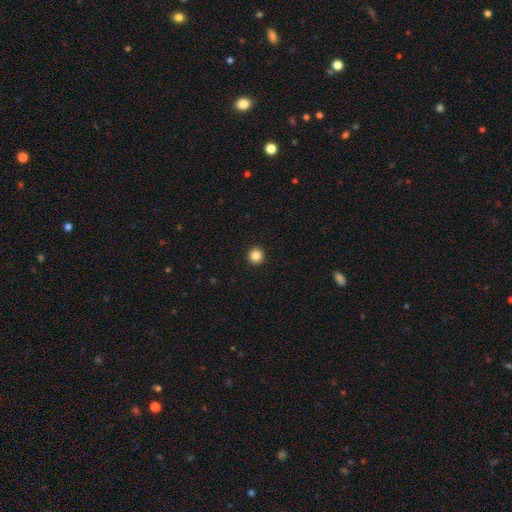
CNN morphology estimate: type=smooth (85%); roundness=round (96%); merging=none (94%).